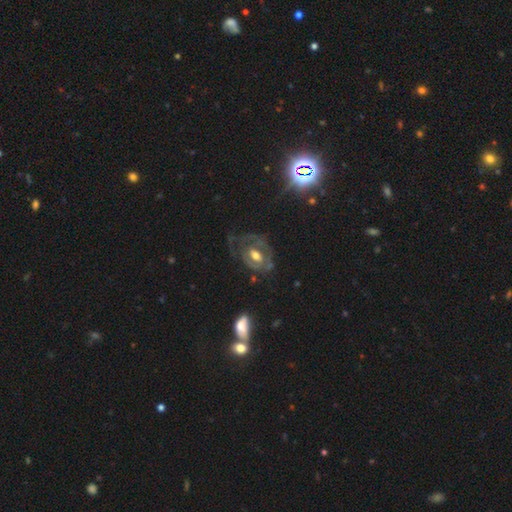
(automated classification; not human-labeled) Morphology: type=featured or disk (71%); edge-on=no (95%); bar=no (50%); spiral arms=yes (58%); bulge=moderate (63%); merging=none (47%).